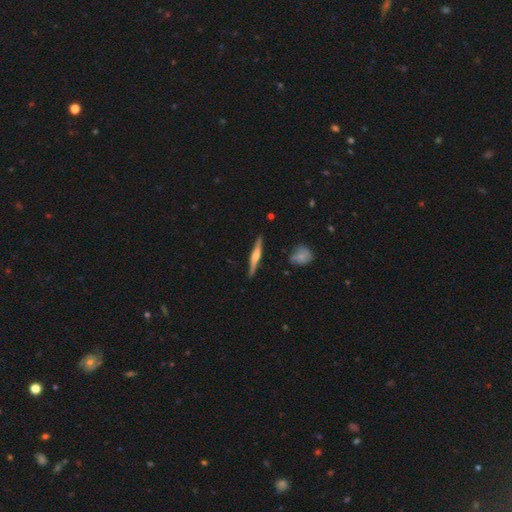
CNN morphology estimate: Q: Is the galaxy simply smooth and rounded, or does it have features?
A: featured or disk — 64%.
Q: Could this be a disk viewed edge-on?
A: yes — 97%.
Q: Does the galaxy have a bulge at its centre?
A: rounded — 68%.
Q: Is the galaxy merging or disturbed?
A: none — 87%.